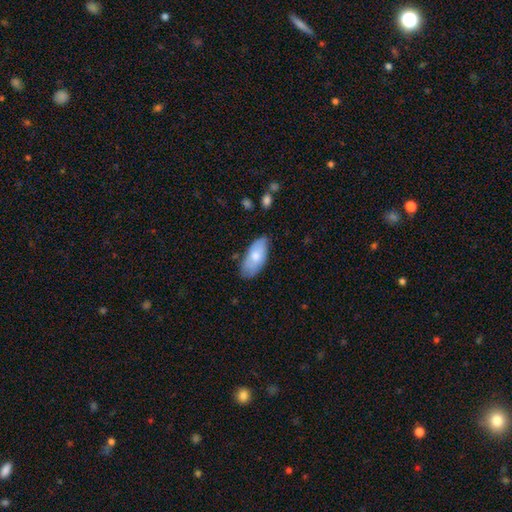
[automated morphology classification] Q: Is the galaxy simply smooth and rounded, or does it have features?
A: smooth — 69%.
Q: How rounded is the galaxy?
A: in between — 92%.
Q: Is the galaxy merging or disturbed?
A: none — 71%.